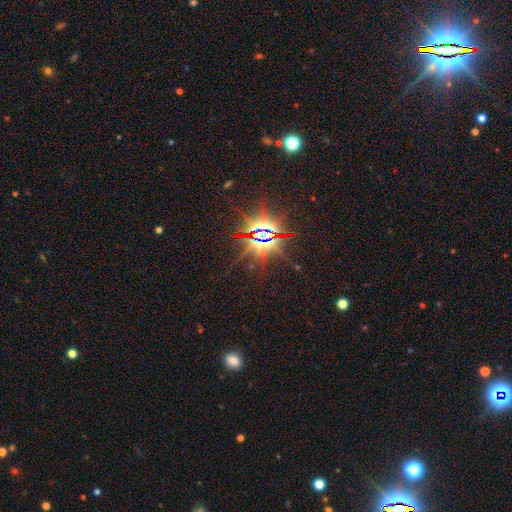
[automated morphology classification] Smooth or featured? Predicted: star or artifact (p=0.85).